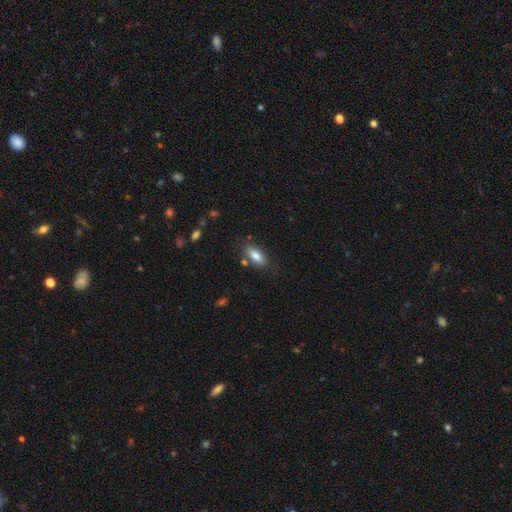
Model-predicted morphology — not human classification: Smooth or featured? smooth (83%)
How rounded? in between (84%)
Merging? none (77%)